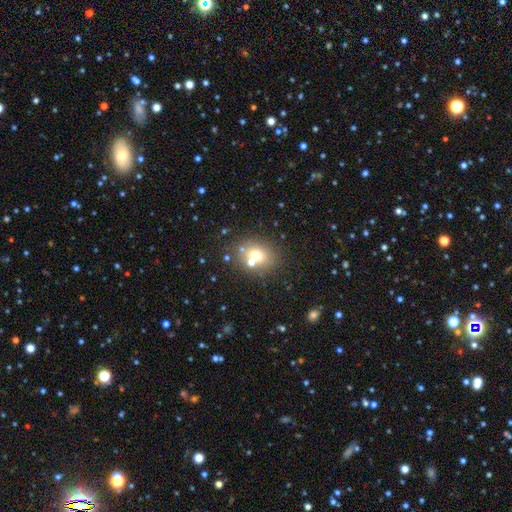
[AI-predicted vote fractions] smooth-or-featured: smooth: 65% | featured or disk: 19% | star or artifact: 16%
  how-rounded: round: 61% | in between: 38% | cigar-shaped: 1%
  merging: none: 64% | merger: 20% | minor disturbance: 11% | major disturbance: 5%